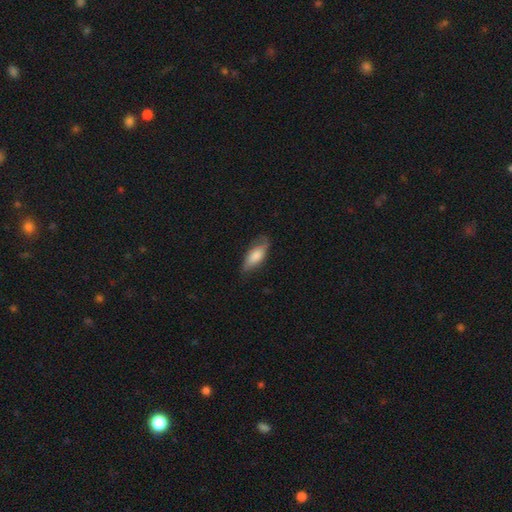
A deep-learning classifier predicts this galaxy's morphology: The model was most divided on "merging": none: 63%, minor disturbance: 28%, major disturbance: 7%, merger: 1%. More confident: how rounded — in between (77%); smooth or featured — smooth (71%).